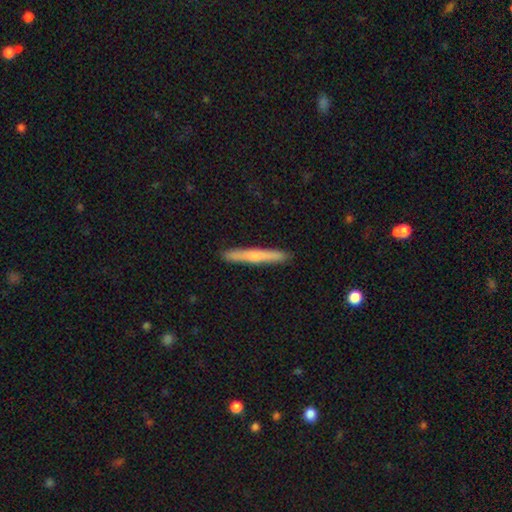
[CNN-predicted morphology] The model was most divided on "smooth or featured": smooth: 59%, featured or disk: 36%, star or artifact: 5%. More confident: how rounded — cigar-shaped (96%); merging — none (91%).